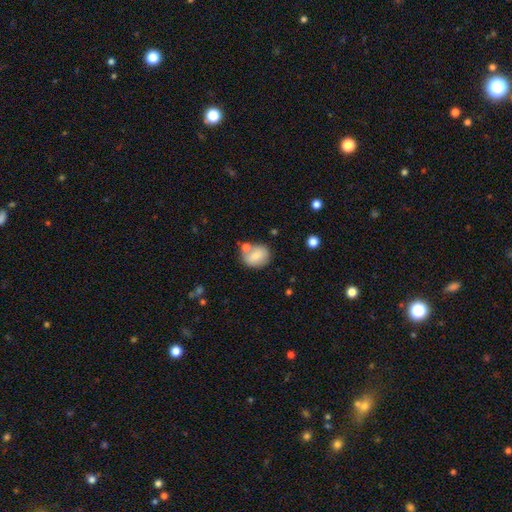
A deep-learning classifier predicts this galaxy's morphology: This appears to be a smooth galaxy with no disk features (75%) that is round (56%). Merging: none (58%).